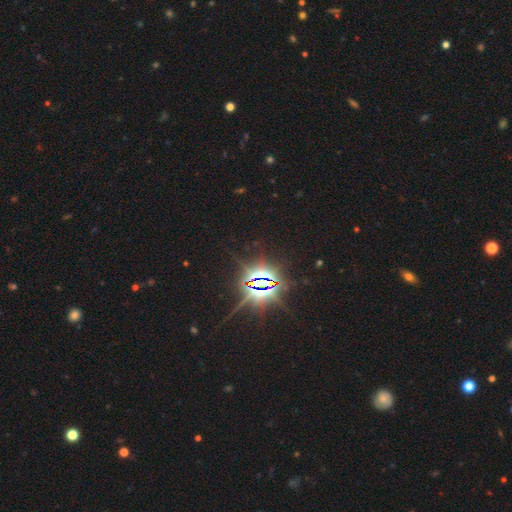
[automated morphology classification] This appears to be a star or artifact, not a galaxy (87%).